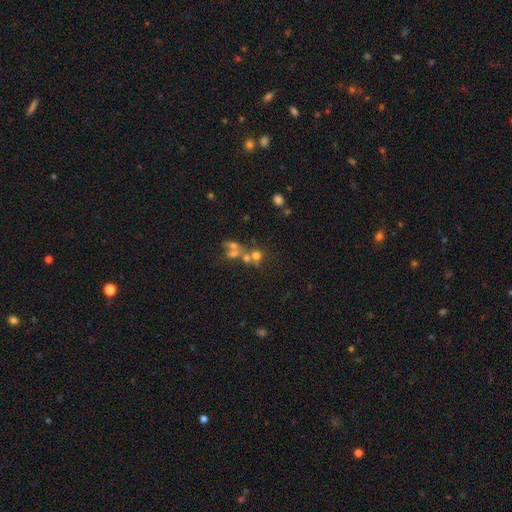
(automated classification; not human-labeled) This is possibly a smooth galaxy (52%). How rounded: likely round (76%). Merging: possibly merger (45%).